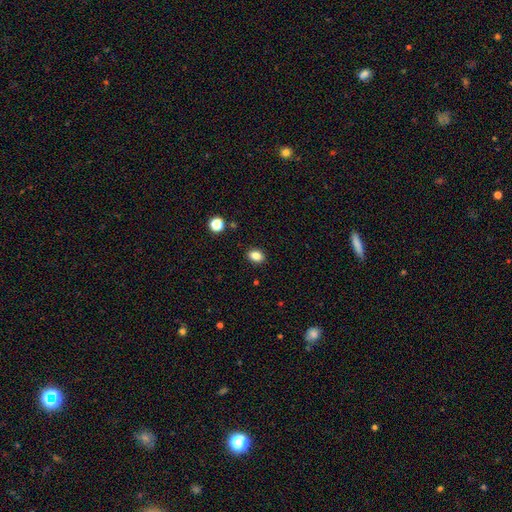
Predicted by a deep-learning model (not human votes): A smooth galaxy with no disk features (85%) that is in between round and cigar-shaped (67%).

Vote fractions:
- Smooth or featured? smooth: 85% / star or artifact: 11% / featured or disk: 4%
- How rounded? in between: 67% / round: 32% / cigar-shaped: 1%
- Merging? none: 89% / minor disturbance: 7% / major disturbance: 2% / merger: 1%